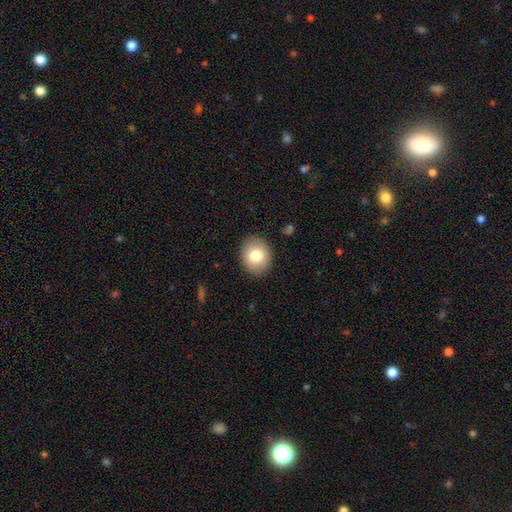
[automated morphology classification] A smooth galaxy with no disk features (80%) that is round (65%).

Vote fractions:
- Smooth or featured? smooth: 80% / featured or disk: 12% / star or artifact: 8%
- How rounded? round: 65% / in between: 34% / cigar-shaped: 1%
- Merging? none: 89% / minor disturbance: 8% / major disturbance: 2% / merger: 1%